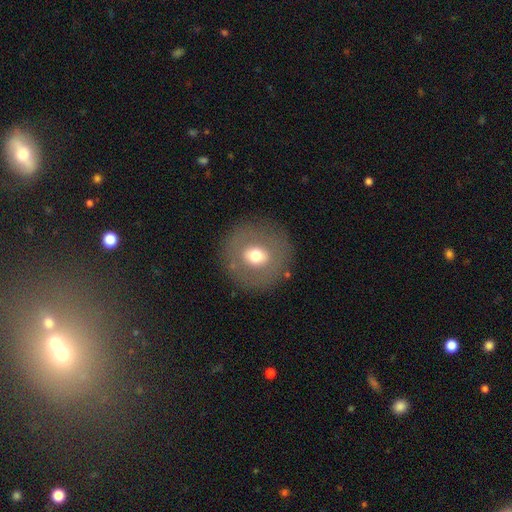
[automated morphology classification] This is possibly a smooth galaxy (57%). How rounded: clearly round (89%). Merging: clearly none (84%).